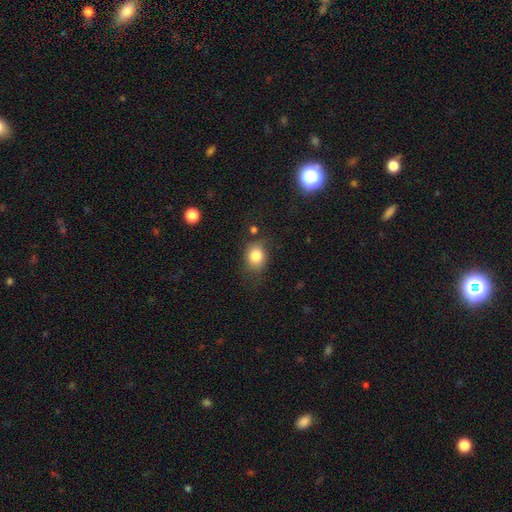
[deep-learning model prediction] Smooth or featured: smooth — 82% (star or artifact — 10%)
How rounded: round — 52% (in between — 47%)
Merging: none — 69% (minor disturbance — 20%)